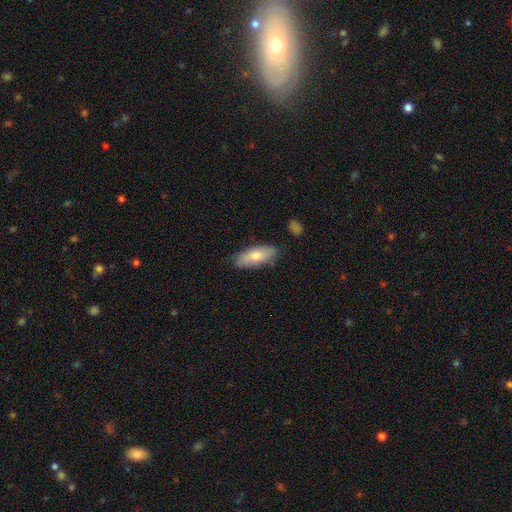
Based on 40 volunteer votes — This appears to be a smooth galaxy with no disk features (52%) that is in between round and cigar-shaped (71%). Merging: none (95%).